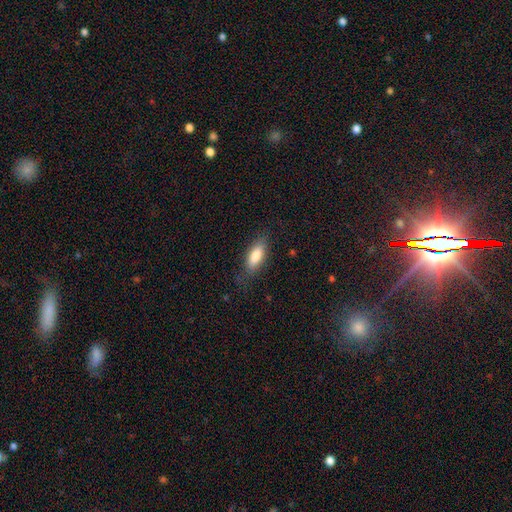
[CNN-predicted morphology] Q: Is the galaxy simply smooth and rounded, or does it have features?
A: smooth — 79%.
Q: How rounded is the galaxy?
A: in between — 72%.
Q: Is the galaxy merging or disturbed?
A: none — 77%.